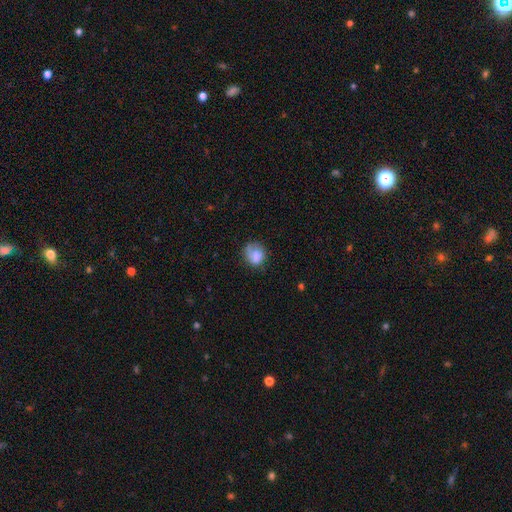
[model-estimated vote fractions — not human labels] Morphology: type=smooth (77%); roundness=round (67%); merging=none (55%).